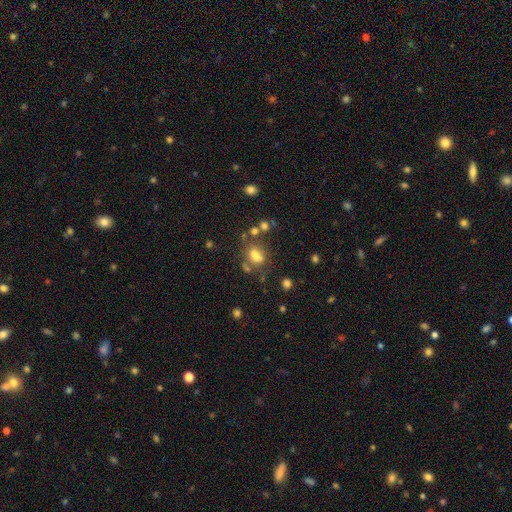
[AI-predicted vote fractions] Q: Smooth or featured?
A: smooth (65%); runner-up: featured or disk (18%)
Q: How rounded?
A: in between (68%); runner-up: round (29%)
Q: Merging?
A: none (45%); runner-up: merger (27%)